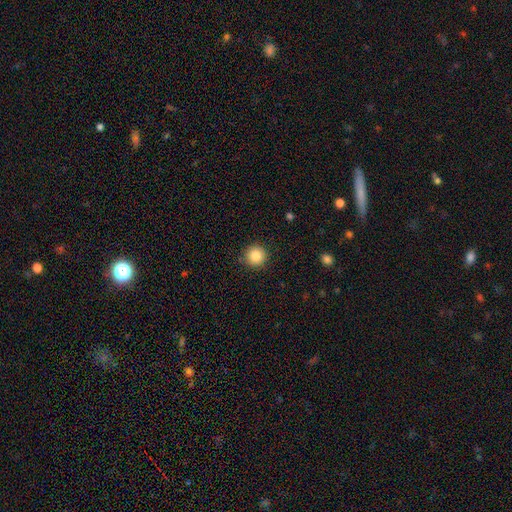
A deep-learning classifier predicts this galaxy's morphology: A smooth galaxy with no disk features (85%) that is round (95%).

Vote fractions:
- Smooth or featured? smooth: 85% / star or artifact: 10% / featured or disk: 5%
- How rounded? round: 95% / in between: 4% / cigar-shaped: 1%
- Merging? none: 90% / minor disturbance: 7% / major disturbance: 2% / merger: 1%